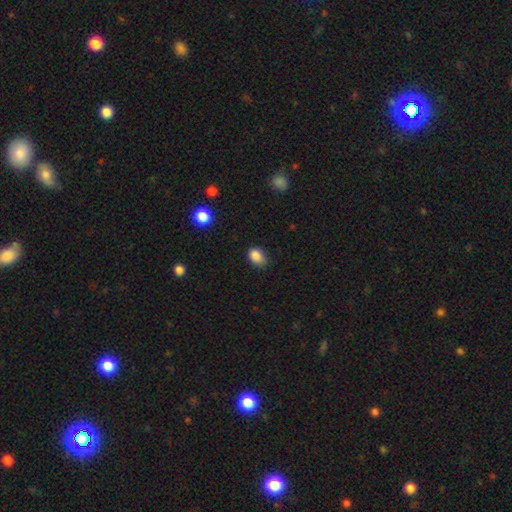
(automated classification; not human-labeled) Q: Smooth or featured?
A: smooth (86%); runner-up: star or artifact (10%)
Q: How rounded?
A: in between (71%); runner-up: round (28%)
Q: Merging?
A: none (66%); runner-up: minor disturbance (28%)